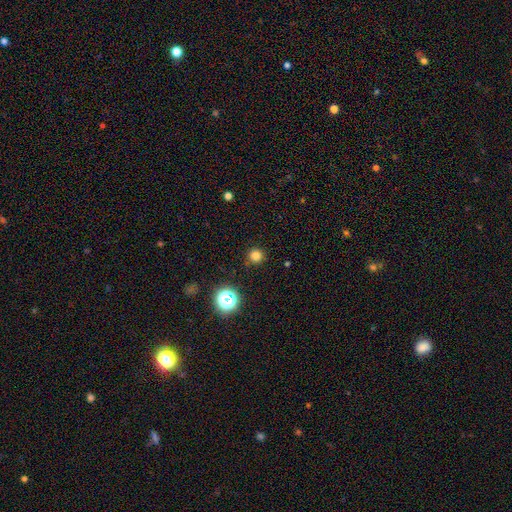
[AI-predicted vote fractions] smooth-or-featured: smooth: 78% | star or artifact: 18% | featured or disk: 4%
  how-rounded: round: 95% | in between: 4% | cigar-shaped: 1%
  merging: none: 91% | minor disturbance: 5% | major disturbance: 2% | merger: 2%